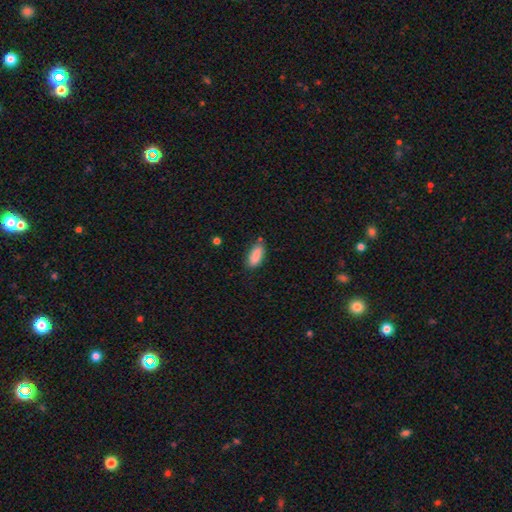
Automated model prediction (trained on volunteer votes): Overall: smooth (88%). How rounded: in between (83%). Merging: none (71%).